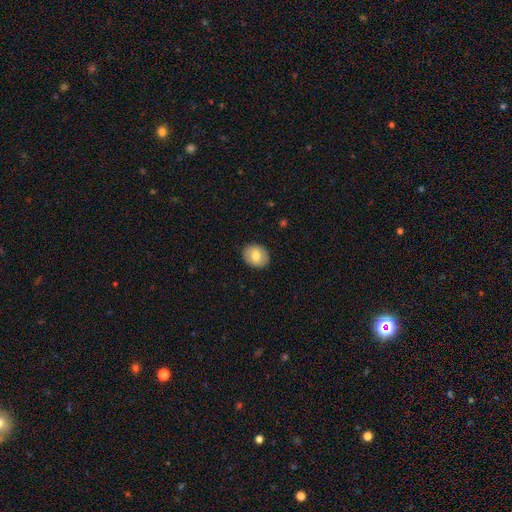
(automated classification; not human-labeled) Smooth or featured? smooth (73%)
How rounded? round (54%)
Merging? none (89%)